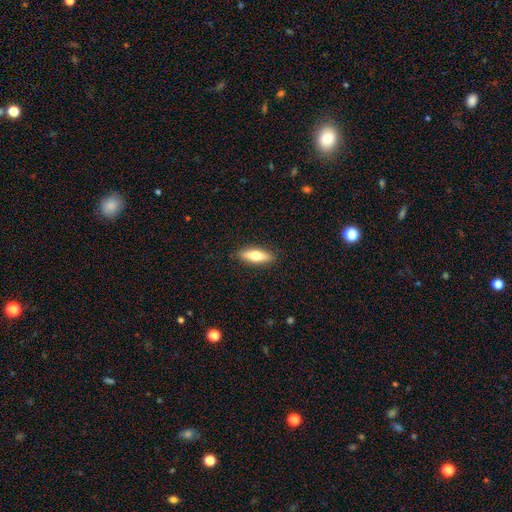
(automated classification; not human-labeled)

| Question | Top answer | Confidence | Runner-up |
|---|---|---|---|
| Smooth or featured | smooth | 69% | featured or disk (25%) |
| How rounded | in between | 52% | cigar-shaped (46%) |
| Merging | none | 89% | minor disturbance (8%) |